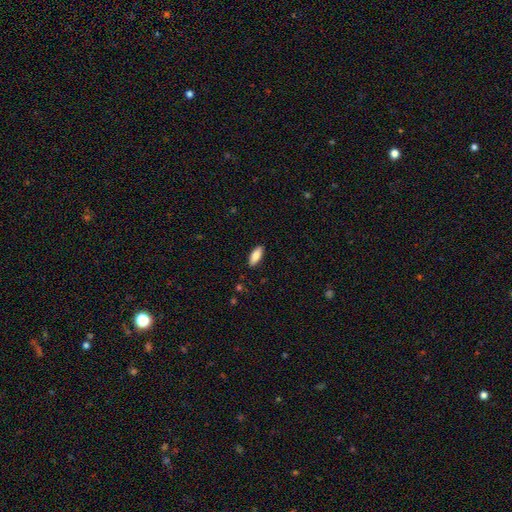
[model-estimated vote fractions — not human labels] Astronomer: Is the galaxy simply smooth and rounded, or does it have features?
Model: smooth — 85%.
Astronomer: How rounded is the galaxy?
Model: in between — 80%.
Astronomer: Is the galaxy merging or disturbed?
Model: none — 89%.